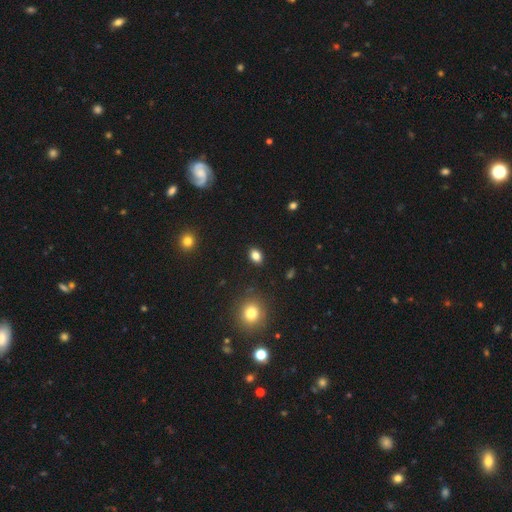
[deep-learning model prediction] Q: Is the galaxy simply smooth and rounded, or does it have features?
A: smooth — 83%.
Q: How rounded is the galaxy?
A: in between — 78%.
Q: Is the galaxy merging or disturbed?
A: none — 89%.